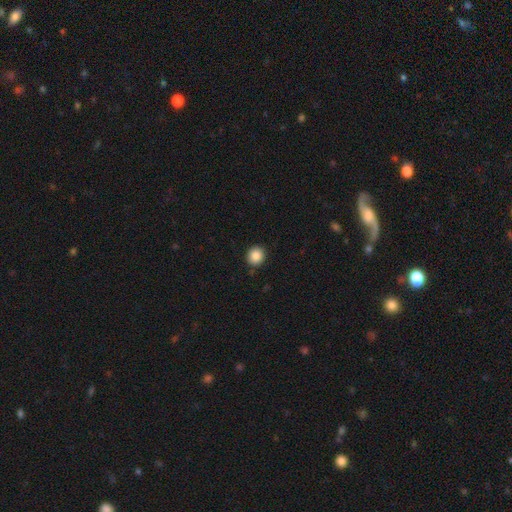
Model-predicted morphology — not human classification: A smooth galaxy with no disk features (86%) that is round (86%).

Vote fractions:
- Smooth or featured? smooth: 86% / star or artifact: 9% / featured or disk: 5%
- How rounded? round: 86% / in between: 13% / cigar-shaped: 1%
- Merging? none: 91% / minor disturbance: 6% / major disturbance: 2% / merger: 1%